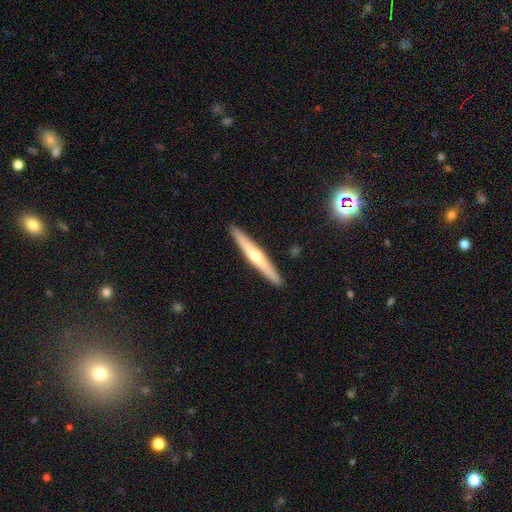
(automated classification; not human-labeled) smooth_or_featured: featured or disk (p=0.61) [alt: smooth p=0.33]
disk_edge_on: yes (p=0.97) [alt: no p=0.03]
edge_on_bulge: rounded (p=0.85) [alt: none p=0.12]
merging: none (p=0.92) [alt: minor disturbance p=0.06]